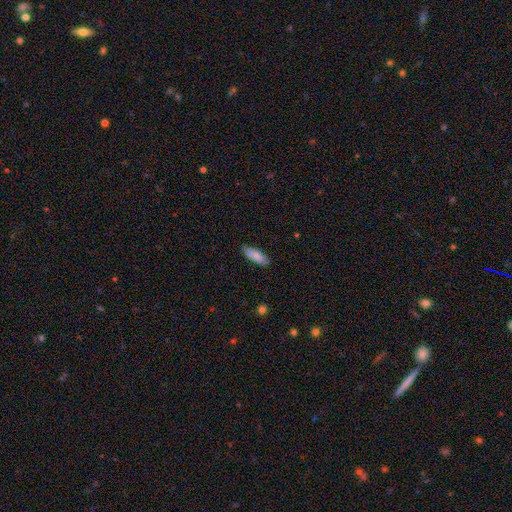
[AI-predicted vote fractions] Overall: smooth (83%). How rounded: in between (60%; cigar-shaped 38%). Merging: none (86%).